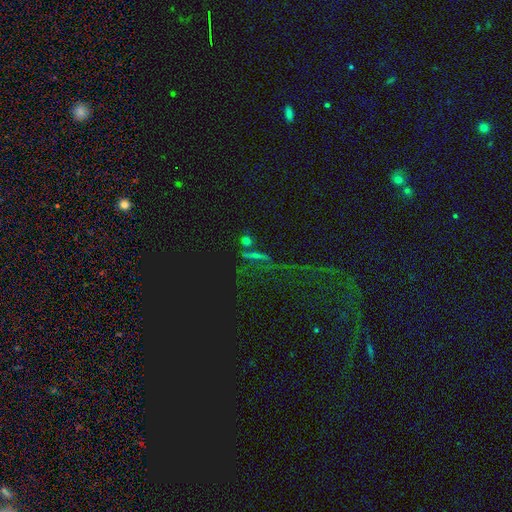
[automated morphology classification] Overall: star or artifact (57%; smooth 22%).